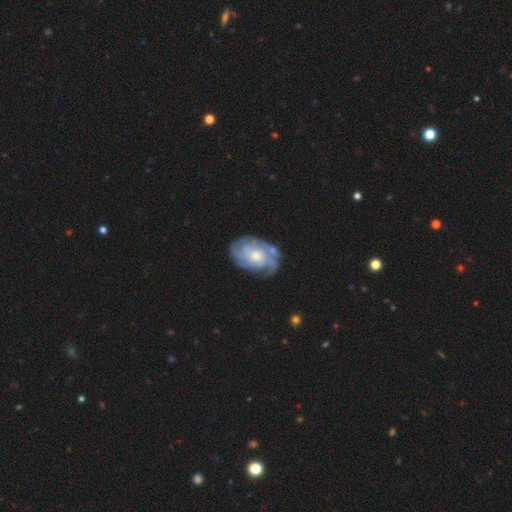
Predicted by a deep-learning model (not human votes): The model was most divided on "spiral arm count": can't tell: 47%, 3: 16%, 4: 13%, 2: 12%, more than 4: 6%, 1: 5%. More confident: edge-on disk — no (97%); spiral arms — yes (88%); bar — no (76%); smooth or featured — featured or disk (75%); merging — none (65%); spiral winding — tight (62%); bulge size — moderate (61%).